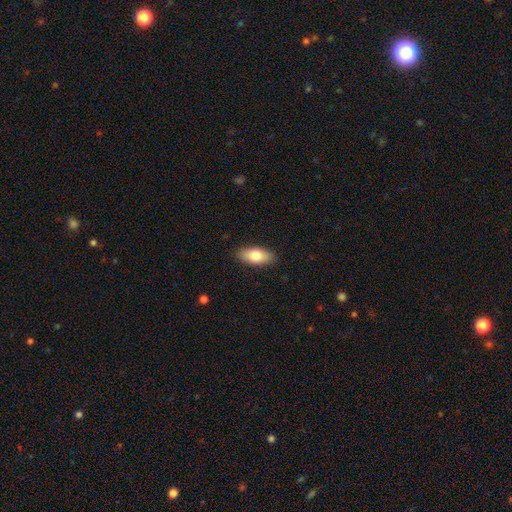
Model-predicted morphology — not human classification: A smooth galaxy with no disk features (76%) that is in between round and cigar-shaped (86%). Merging: none (89%).